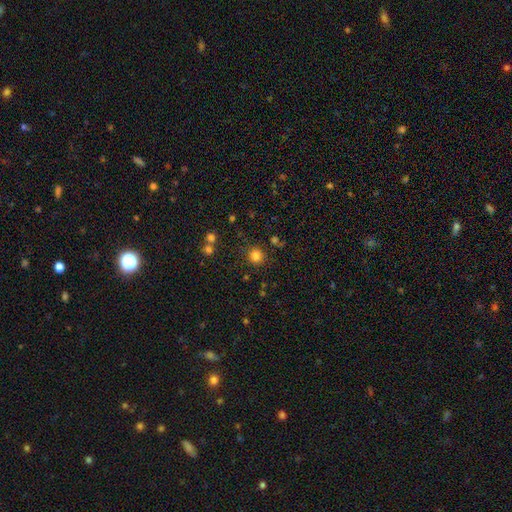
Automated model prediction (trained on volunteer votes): Overall: smooth (81%). How rounded: round (91%). Merging: none (85%).